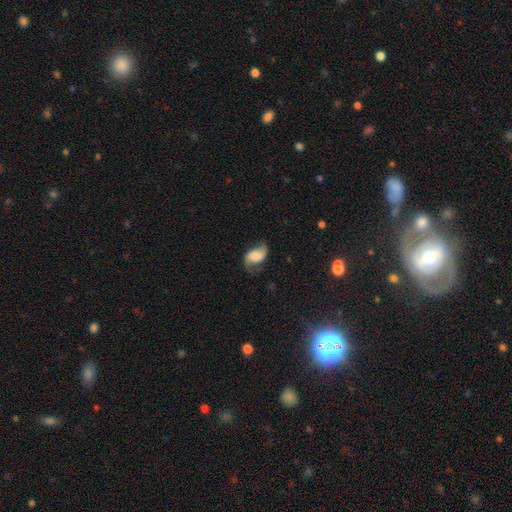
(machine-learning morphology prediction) Smooth or featured? featured or disk (65%)
Edge-on disk? no (97%)
Bar? no (56%)
Spiral arms? yes (93%)
Spiral winding? loose (63%)
Spiral arm count? 2 (88%)
Bulge size? none (33%)
Merging? none (62%)